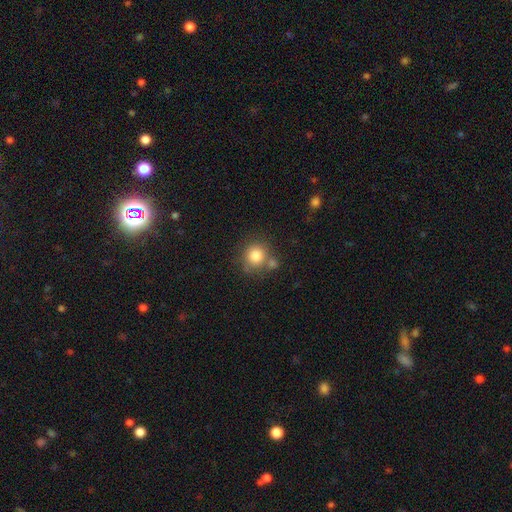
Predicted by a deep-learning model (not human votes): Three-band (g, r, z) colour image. It shows a smooth galaxy with no disk features (82%) that is round (89%). Merging: none (63%).